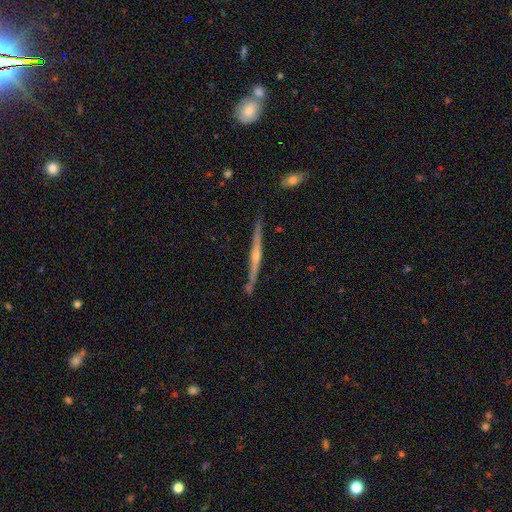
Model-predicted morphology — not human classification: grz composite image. It shows a featured or disk galaxy (83%) viewed edge-on (98%) with a rounded central bulge (84%). Merging: none (88%).